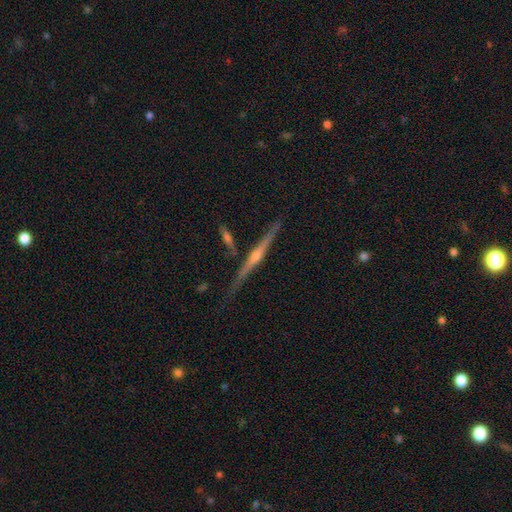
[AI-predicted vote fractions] featured or disk 84%, smooth 10%, star or artifact 6%. Down the decision tree: edge-on disk — yes (98%); edge-on bulge — rounded (84%); merging — none (83%).